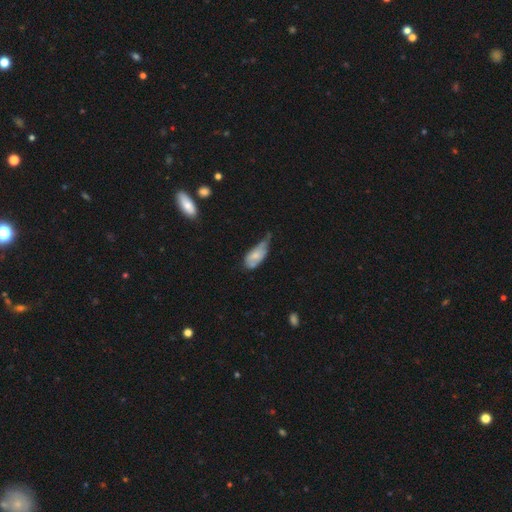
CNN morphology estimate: type=smooth (64%); roundness=in between (87%); merging=minor disturbance (49%).